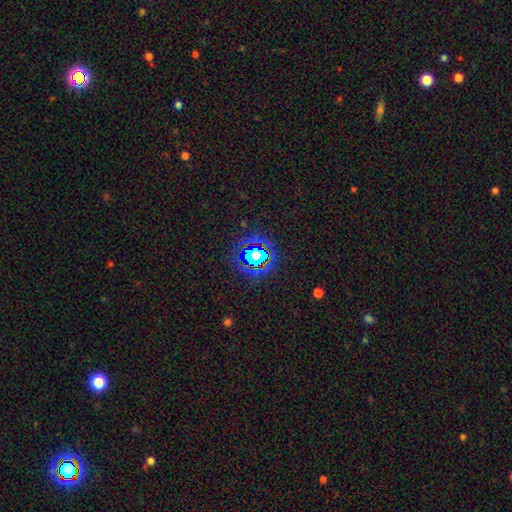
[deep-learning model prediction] Smooth or featured? star or artifact (69%)